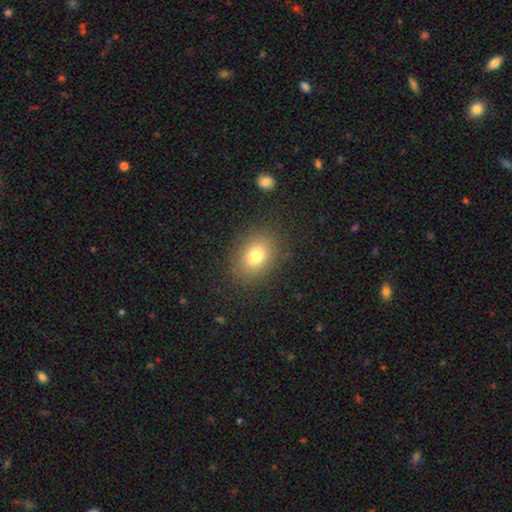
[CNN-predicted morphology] smooth 78%, star or artifact 11%, featured or disk 11%. Down the decision tree: how rounded — in between (60%); merging — none (86%).